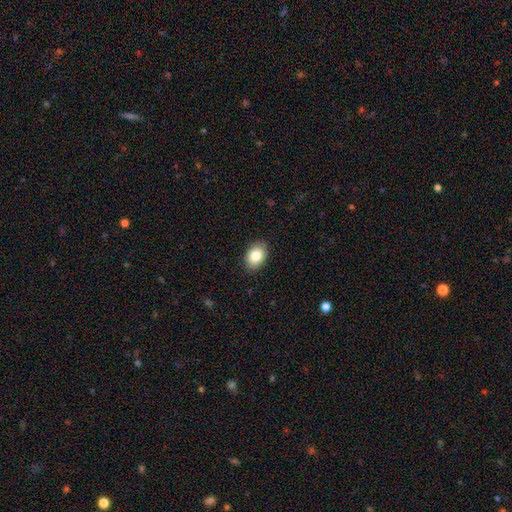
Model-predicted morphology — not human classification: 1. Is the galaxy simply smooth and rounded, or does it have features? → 84% smooth, 8% featured or disk, 8% star or artifact.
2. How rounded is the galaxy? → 80% in between, 19% round, 1% cigar-shaped.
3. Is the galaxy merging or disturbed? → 88% none, 9% minor disturbance, 2% major disturbance, 1% merger.